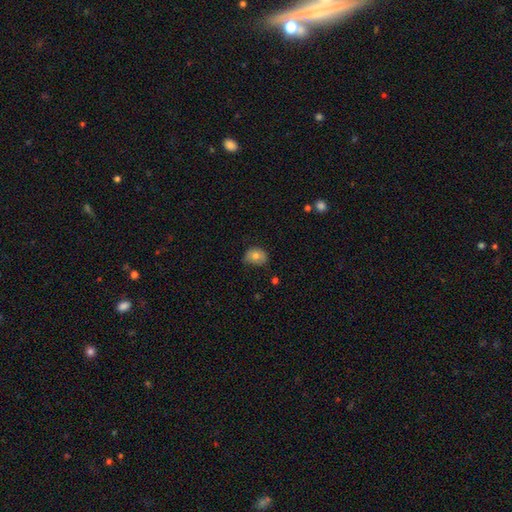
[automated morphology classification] Smooth or featured? smooth (78%)
How rounded? in between (60%)
Merging? none (63%)